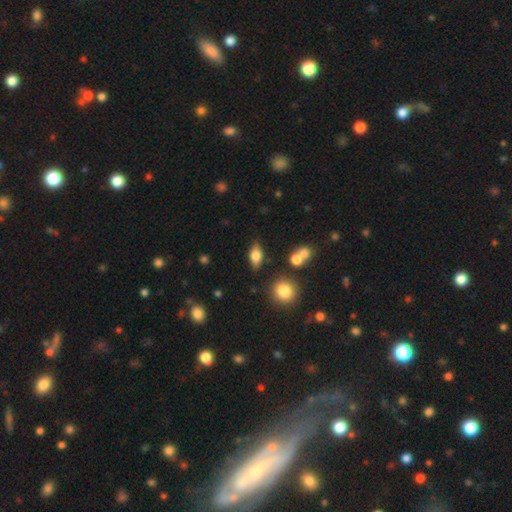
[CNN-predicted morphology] Smooth or featured? Predicted: smooth (p=0.64). How rounded? Predicted: in between (p=0.81). Merging? Predicted: none (p=0.79).